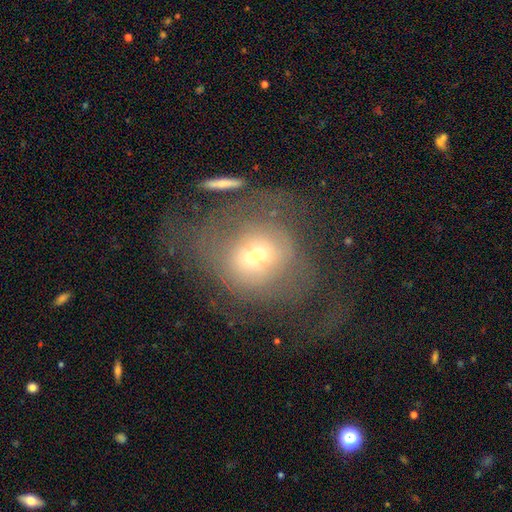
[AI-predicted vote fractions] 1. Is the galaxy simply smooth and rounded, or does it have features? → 47% smooth, 39% featured or disk, 14% star or artifact.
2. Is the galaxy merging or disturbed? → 44% major disturbance, 30% none, 18% minor disturbance, 7% merger.